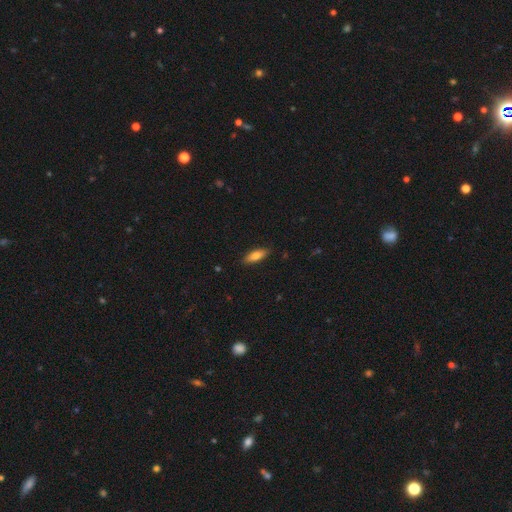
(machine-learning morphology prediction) The model was most divided on "how rounded": in between: 63%, cigar-shaped: 35%, round: 2%. More confident: merging — none (87%); smooth or featured — smooth (79%).